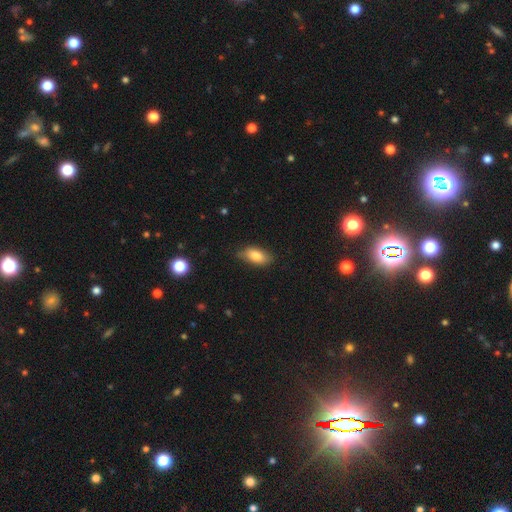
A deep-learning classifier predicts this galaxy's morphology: A smooth galaxy with no disk features (82%) that is in between round and cigar-shaped (89%).

Vote fractions:
- Smooth or featured? smooth: 82% / featured or disk: 11% / star or artifact: 7%
- How rounded? in between: 89% / cigar-shaped: 7% / round: 4%
- Merging? none: 75% / minor disturbance: 20% / major disturbance: 4% / merger: 1%